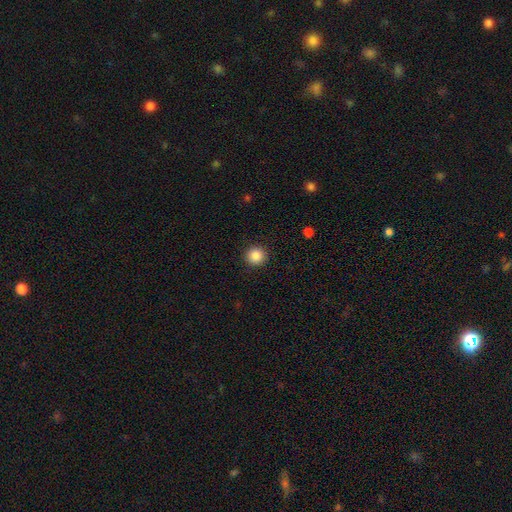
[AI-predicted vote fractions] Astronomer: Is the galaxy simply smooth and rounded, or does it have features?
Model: smooth — 86%.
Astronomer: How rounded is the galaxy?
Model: round — 94%.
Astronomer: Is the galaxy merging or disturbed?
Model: none — 92%.